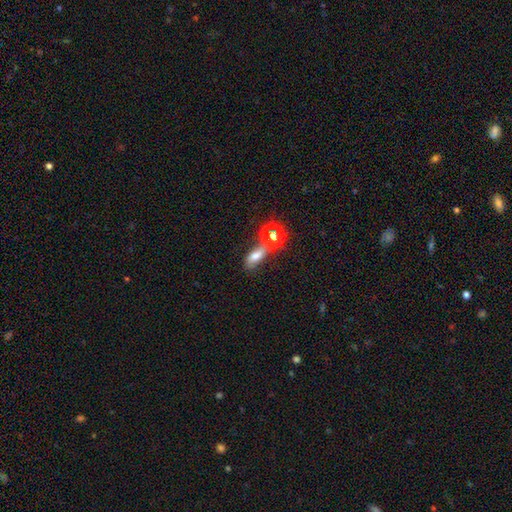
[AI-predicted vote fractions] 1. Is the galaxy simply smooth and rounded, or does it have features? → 63% smooth, 21% star or artifact, 16% featured or disk.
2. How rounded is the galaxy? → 73% in between, 14% round, 13% cigar-shaped.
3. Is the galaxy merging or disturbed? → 51% none, 28% merger, 14% minor disturbance, 7% major disturbance.